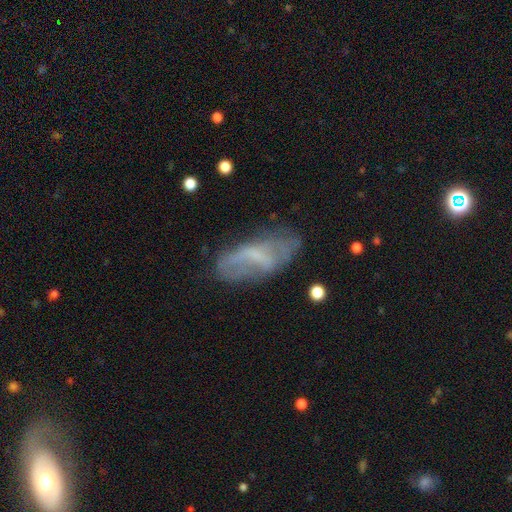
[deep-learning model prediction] Smooth or featured?
  - featured or disk: 49% *
  - smooth: 41%
  - star or artifact: 9%
Merging?
  - none: 54% *
  - minor disturbance: 27%
  - major disturbance: 16%
  - merger: 3%